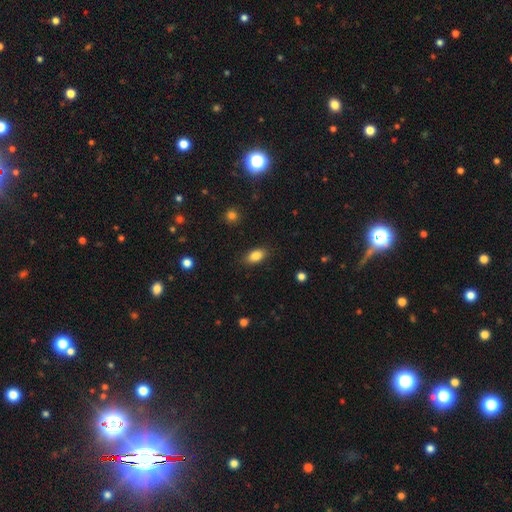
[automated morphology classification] Smooth or featured: smooth — 85% (star or artifact — 8%)
How rounded: in between — 89% (round — 8%)
Merging: none — 86% (minor disturbance — 10%)